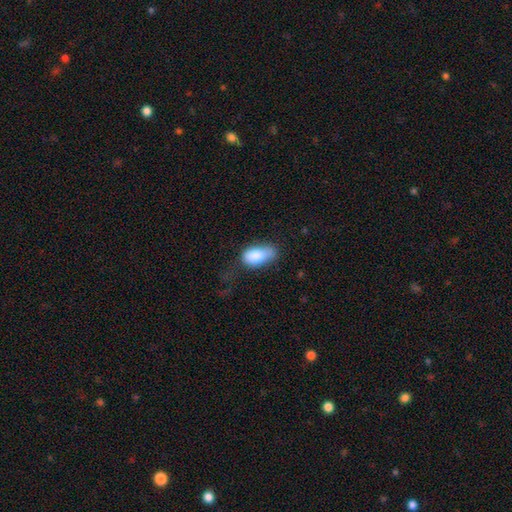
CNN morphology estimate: The model was most divided on "merging": minor disturbance: 38%, none: 36%, major disturbance: 21%, merger: 5%. More confident: how rounded — in between (91%); smooth or featured — smooth (83%).